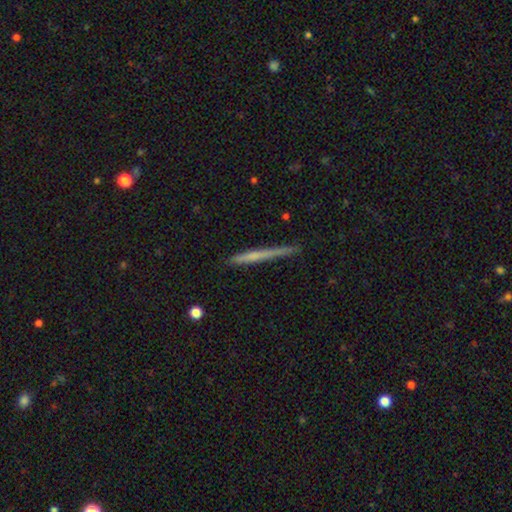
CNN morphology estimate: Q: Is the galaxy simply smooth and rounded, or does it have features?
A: smooth — 50%.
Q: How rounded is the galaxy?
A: cigar-shaped — 96%.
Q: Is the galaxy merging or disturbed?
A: none — 82%.